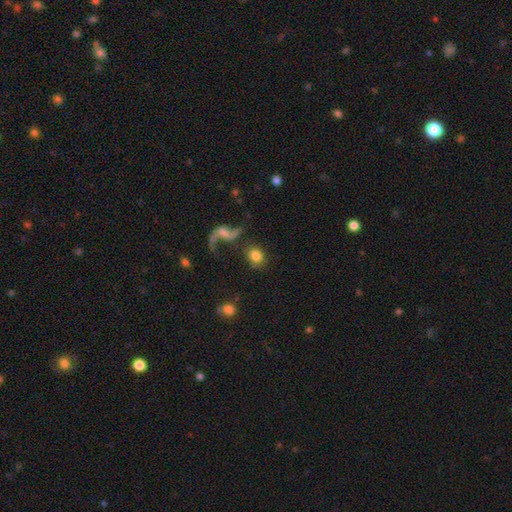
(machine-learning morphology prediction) smooth_or_featured: smooth (p=0.73) [alt: featured or disk p=0.18]
how_rounded: round (p=0.53) [alt: in between p=0.45]
merging: none (p=0.68) [alt: minor disturbance p=0.13]